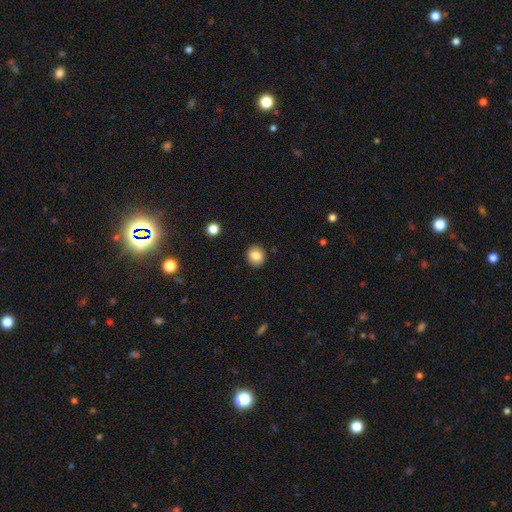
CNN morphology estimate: type=smooth (84%); roundness=round (83%); merging=none (91%).